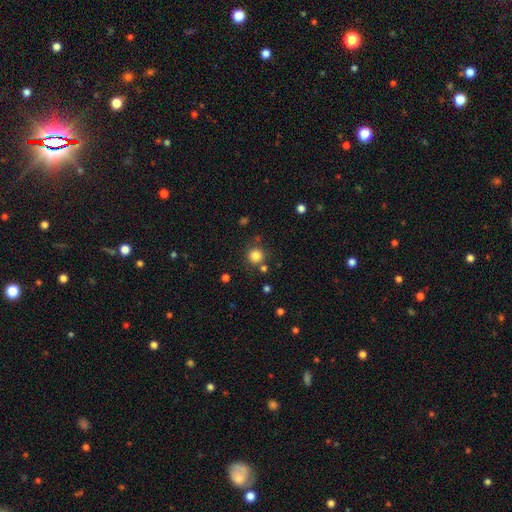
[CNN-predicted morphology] Smooth or featured: smooth — 83% (star or artifact — 12%)
How rounded: round — 94% (in between — 5%)
Merging: none — 81% (minor disturbance — 9%)